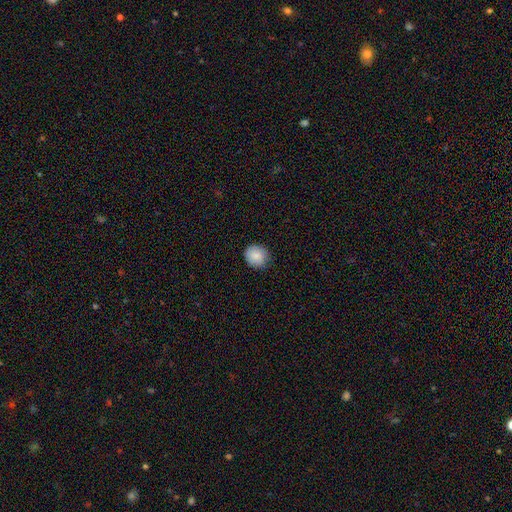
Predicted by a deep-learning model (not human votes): Q: Smooth or featured?
A: smooth (88%); runner-up: star or artifact (8%)
Q: How rounded?
A: round (86%); runner-up: in between (13%)
Q: Merging?
A: none (87%); runner-up: minor disturbance (10%)